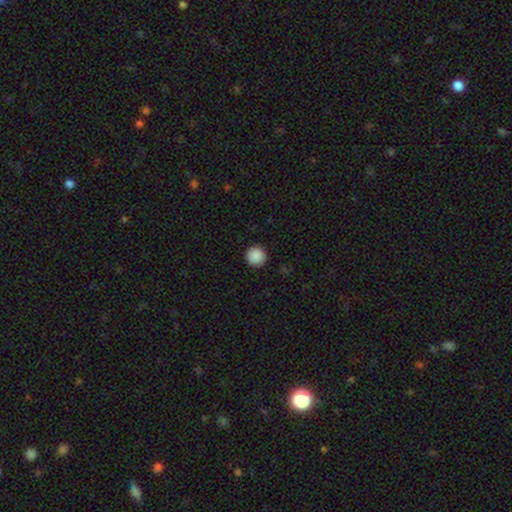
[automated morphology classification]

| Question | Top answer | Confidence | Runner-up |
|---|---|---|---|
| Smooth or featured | smooth | 89% | star or artifact (9%) |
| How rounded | round | 96% | in between (3%) |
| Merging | none | 93% | minor disturbance (5%) |